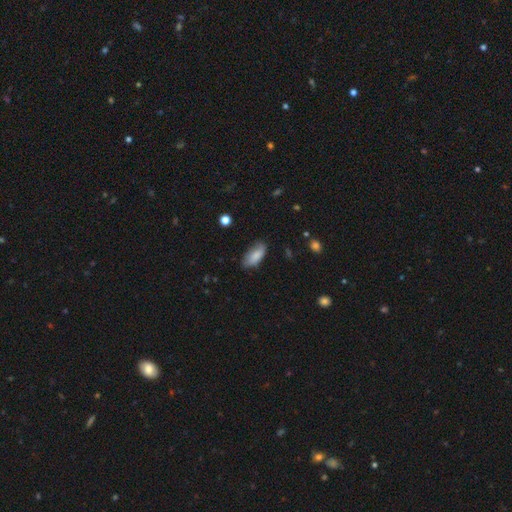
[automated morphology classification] smooth-or-featured: smooth: 82% | featured or disk: 11% | star or artifact: 7%
  how-rounded: in between: 90% | cigar-shaped: 8% | round: 2%
  merging: none: 70% | minor disturbance: 24% | major disturbance: 5% | merger: 2%